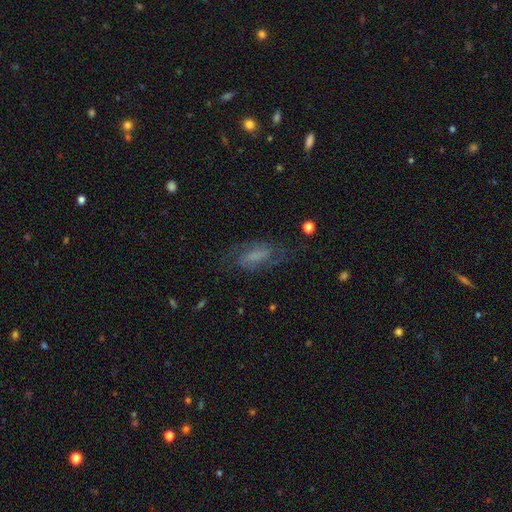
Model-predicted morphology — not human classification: This appears to be a featured or disk galaxy (60%) with a weak bar (46%), spiral arms (88%) and no central bulge (41%). Merging: none (69%).